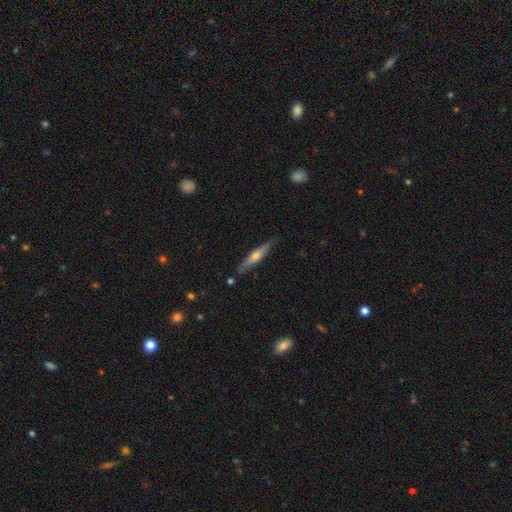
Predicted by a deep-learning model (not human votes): The model was most divided on "smooth or featured": featured or disk: 60%, smooth: 34%, star or artifact: 6%. More confident: edge-on disk — yes (95%); merging — none (86%); edge-on bulge — rounded (83%).